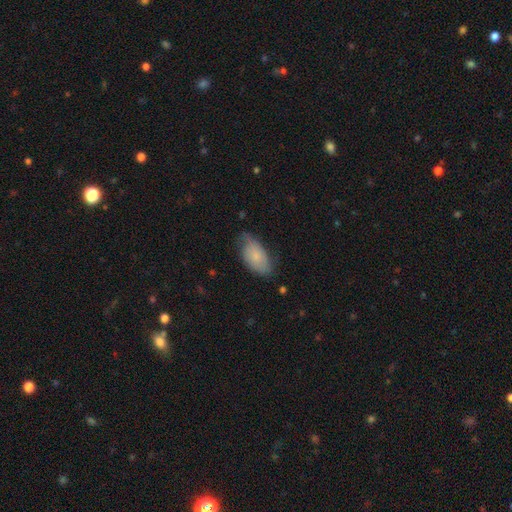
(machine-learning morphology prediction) This appears to be a smooth galaxy with no disk features (71%) that is in between round and cigar-shaped (93%). Merging: none (57%).